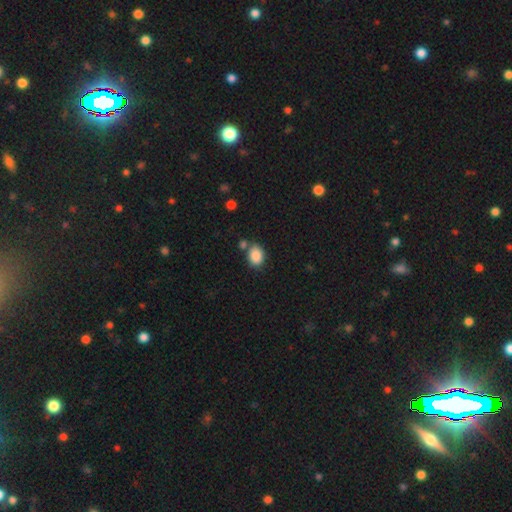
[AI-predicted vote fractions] Smooth or featured? smooth (88%)
How rounded? in between (63%)
Merging? none (67%)